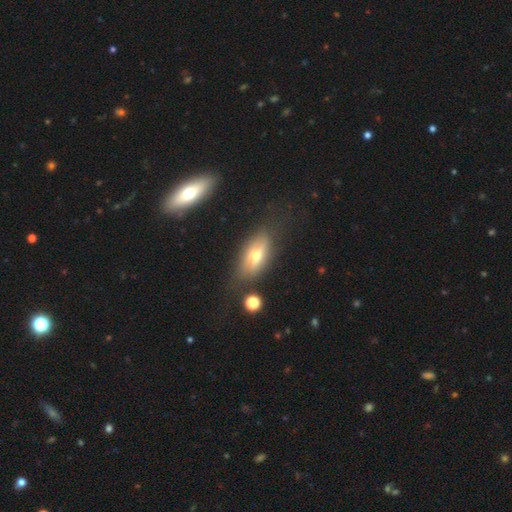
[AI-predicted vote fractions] Smooth or featured? featured or disk (46%)
Merging? none (71%)